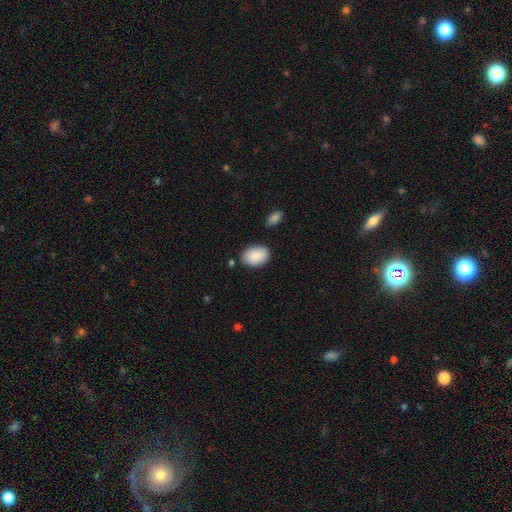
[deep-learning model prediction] smooth-or-featured: smooth: 90% | star or artifact: 6% | featured or disk: 4%
  how-rounded: in between: 86% | round: 13% | cigar-shaped: 1%
  merging: none: 81% | minor disturbance: 13% | merger: 3% | major disturbance: 3%